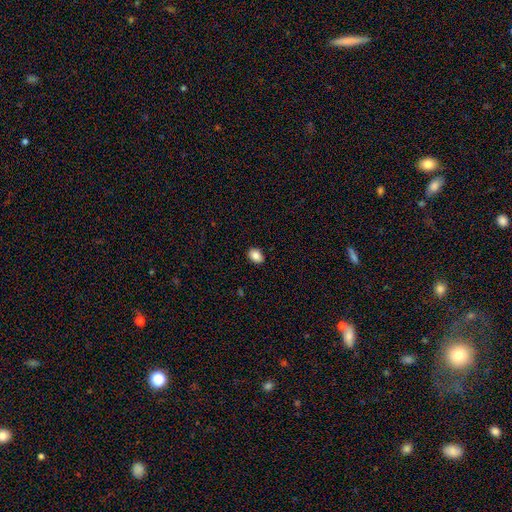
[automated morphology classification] type=smooth (87%); roundness=in between (73%); merging=none (89%).